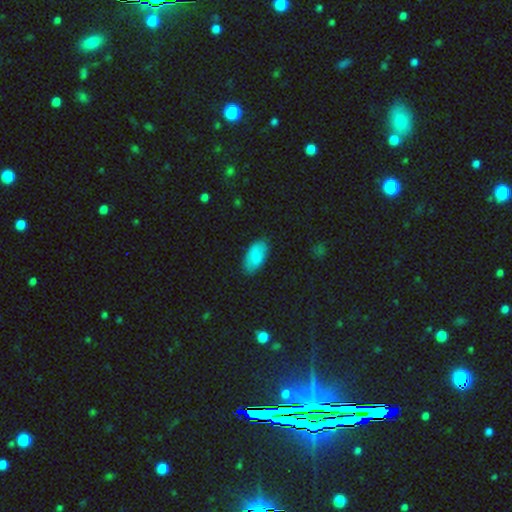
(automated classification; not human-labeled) Smooth or featured?
  - smooth: 83% *
  - featured or disk: 9%
  - star or artifact: 8%
How rounded?
  - in between: 94% *
  - cigar-shaped: 4%
  - round: 2%
Merging?
  - none: 82% *
  - minor disturbance: 14%
  - major disturbance: 3%
  - merger: 1%